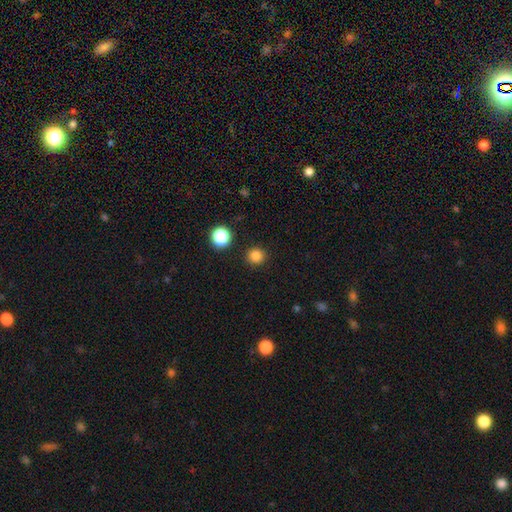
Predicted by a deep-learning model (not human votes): The model was most divided on "smooth or featured": smooth: 82%, star or artifact: 14%, featured or disk: 4%. More confident: how rounded — round (94%); merging — none (91%).